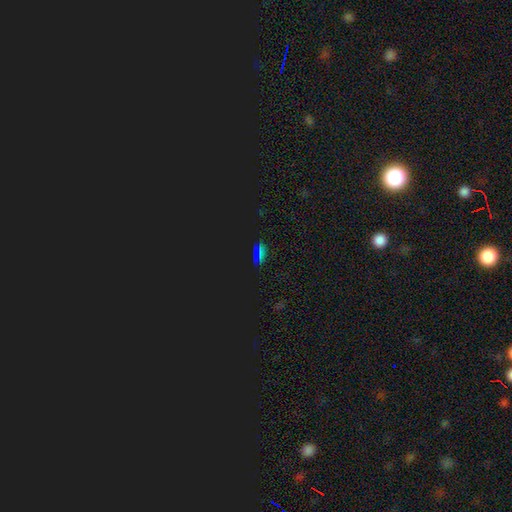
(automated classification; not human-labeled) Smooth or featured?
  - star or artifact: 63% *
  - smooth: 29%
  - featured or disk: 8%